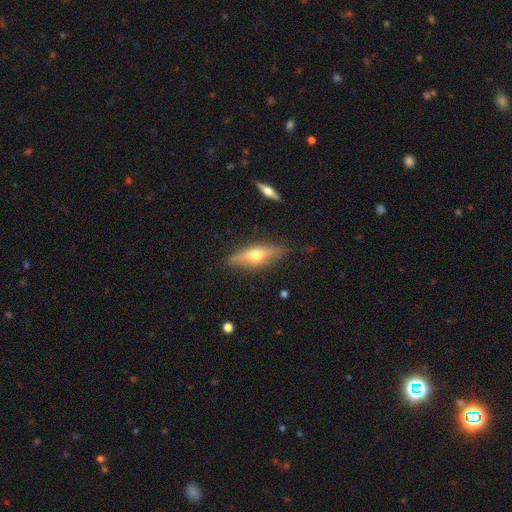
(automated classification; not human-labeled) A featured or disk galaxy (54%) viewed edge-on (89%). Merging: none (84%).